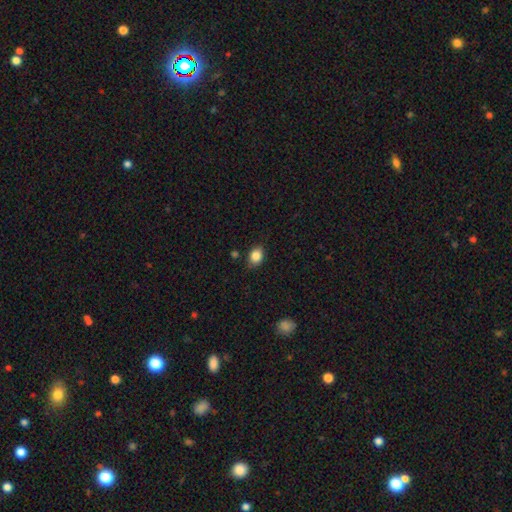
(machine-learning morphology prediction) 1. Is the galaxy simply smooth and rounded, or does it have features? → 86% smooth, 9% star or artifact, 5% featured or disk.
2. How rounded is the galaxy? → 63% in between, 36% round, 1% cigar-shaped.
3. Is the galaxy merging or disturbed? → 83% none, 13% minor disturbance, 3% major disturbance, 2% merger.